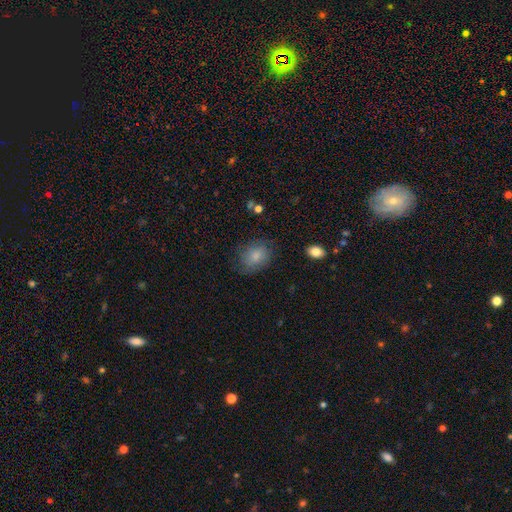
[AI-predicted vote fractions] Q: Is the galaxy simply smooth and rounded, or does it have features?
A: smooth — 76%.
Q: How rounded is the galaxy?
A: in between — 63%.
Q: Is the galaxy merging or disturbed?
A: none — 67%.